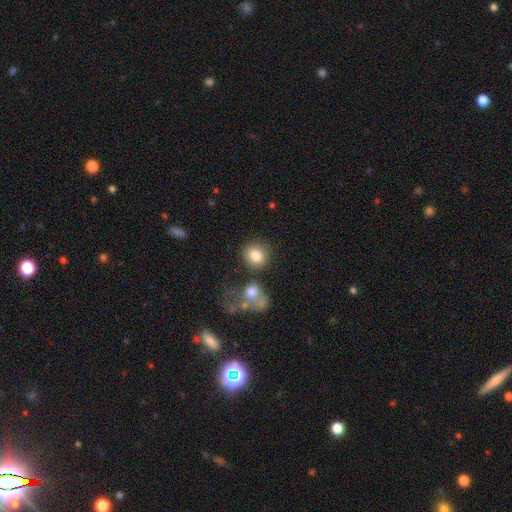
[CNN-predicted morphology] A smooth galaxy with no disk features (81%) that is round (74%).

Vote fractions:
- Smooth or featured? smooth: 81% / featured or disk: 10% / star or artifact: 9%
- How rounded? round: 74% / in between: 25% / cigar-shaped: 1%
- Merging? none: 69% / merger: 13% / minor disturbance: 12% / major disturbance: 6%